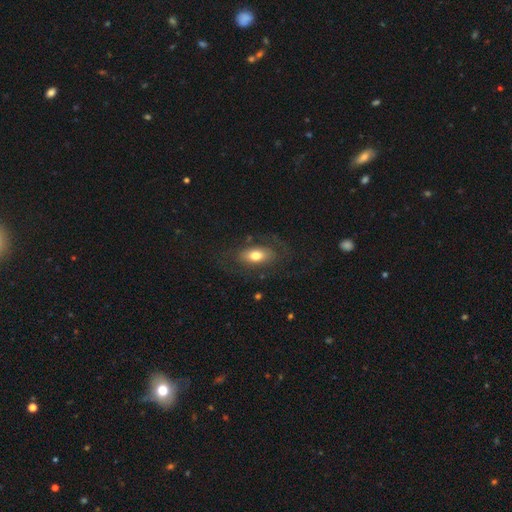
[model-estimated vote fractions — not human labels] Smooth or featured? smooth (61%)
How rounded? in between (88%)
Merging? none (68%)